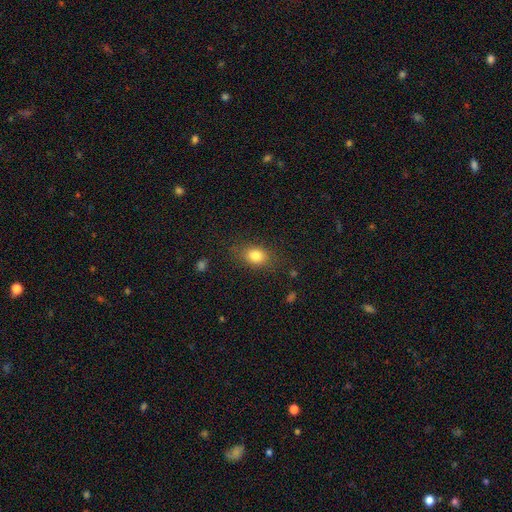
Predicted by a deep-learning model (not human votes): Smooth or featured? smooth (82%)
How rounded? in between (66%)
Merging? none (81%)